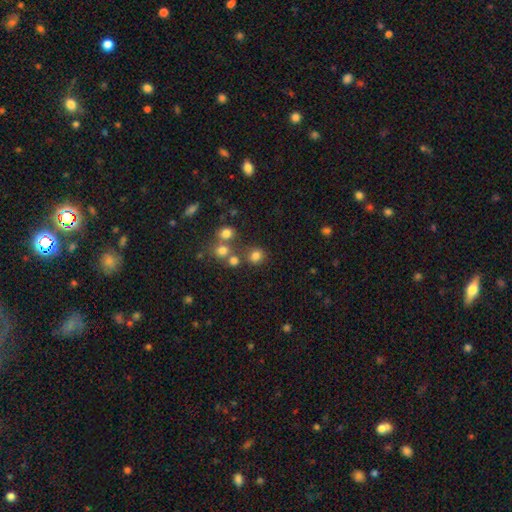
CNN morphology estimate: Smooth or featured?
  - smooth: 76% *
  - star or artifact: 17%
  - featured or disk: 7%
How rounded?
  - round: 85% *
  - in between: 14%
  - cigar-shaped: 1%
Merging?
  - none: 71% *
  - merger: 15%
  - minor disturbance: 9%
  - major disturbance: 4%